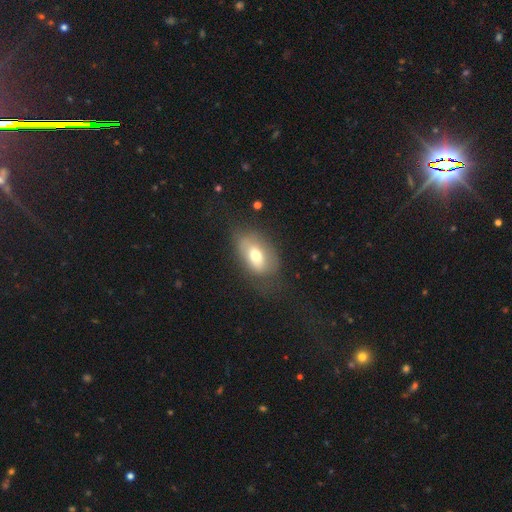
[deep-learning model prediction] Smooth or featured? Predicted: smooth (p=0.68). How rounded? Predicted: in between (p=0.89). Merging? Predicted: none (p=0.60).